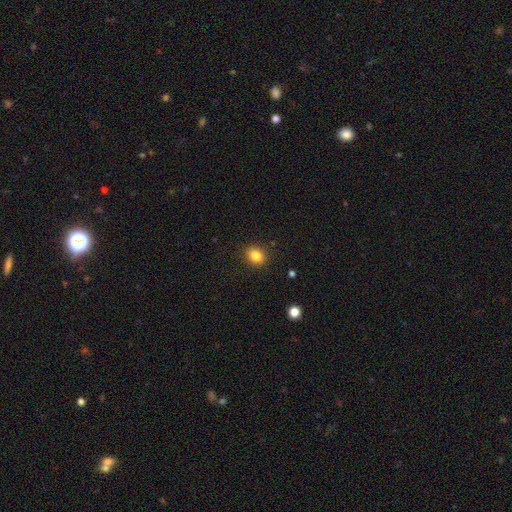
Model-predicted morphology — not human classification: The model was most divided on "how rounded": round: 58%, in between: 41%, cigar-shaped: 1%. More confident: merging — none (89%); smooth or featured — smooth (84%).